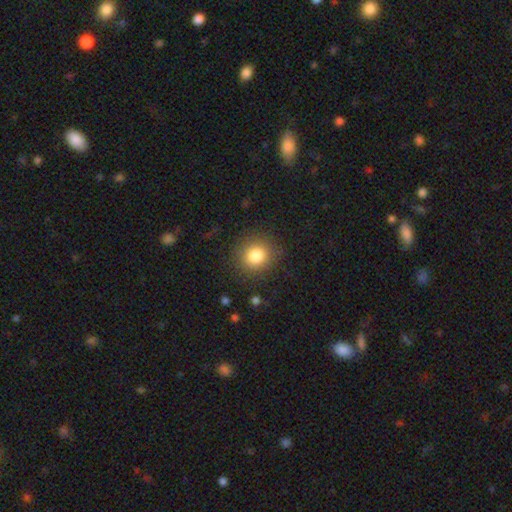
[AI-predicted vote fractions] Q: Smooth or featured?
A: smooth (82%); runner-up: star or artifact (11%)
Q: How rounded?
A: round (86%); runner-up: in between (13%)
Q: Merging?
A: none (86%); runner-up: minor disturbance (9%)